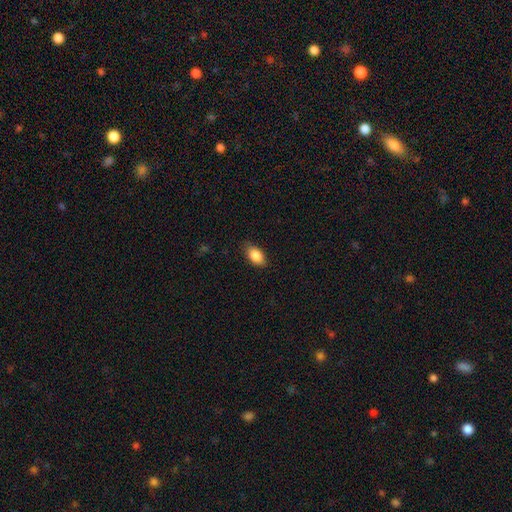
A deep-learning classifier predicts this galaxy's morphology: This appears to be a smooth galaxy with no disk features (87%) that is in between round and cigar-shaped (90%). Merging: none (81%).